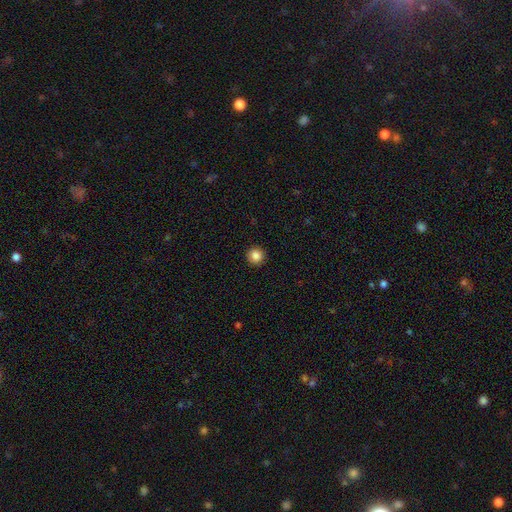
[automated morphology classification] A smooth galaxy with no disk features (86%) that is round (95%).

Vote fractions:
- Smooth or featured? smooth: 86% / star or artifact: 10% / featured or disk: 4%
- How rounded? round: 95% / in between: 4% / cigar-shaped: 1%
- Merging? none: 92% / minor disturbance: 5% / major disturbance: 2% / merger: 1%